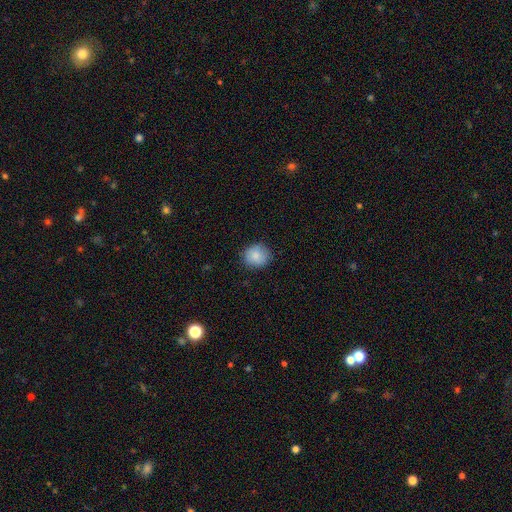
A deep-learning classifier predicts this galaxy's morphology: A smooth galaxy with no disk features (86%) that is round (83%). Merging: none (85%).